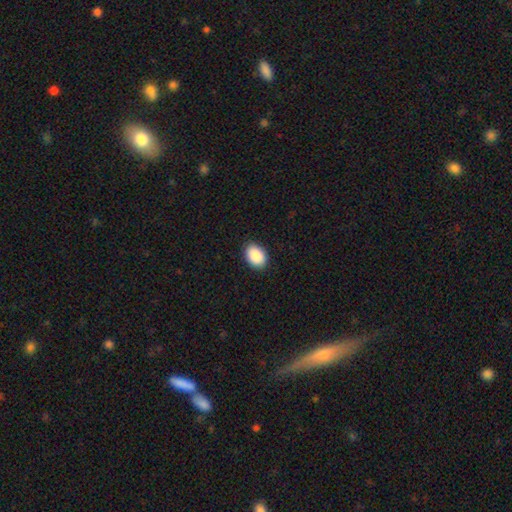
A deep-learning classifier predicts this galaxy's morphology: smooth_or_featured: smooth (p=0.90) [alt: star or artifact p=0.07]
how_rounded: in between (p=0.83) [alt: round p=0.16]
merging: none (p=0.89) [alt: minor disturbance p=0.08]